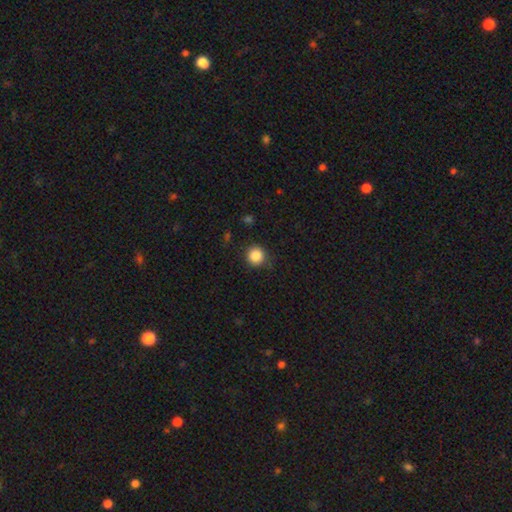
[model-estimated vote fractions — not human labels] Morphology: type=smooth (86%); roundness=round (94%); merging=none (88%).